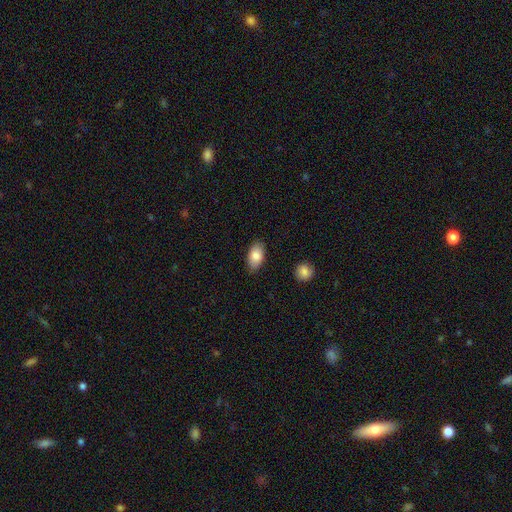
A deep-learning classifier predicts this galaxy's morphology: A smooth galaxy with no disk features (83%) that is in between round and cigar-shaped (93%). Merging: none (85%).